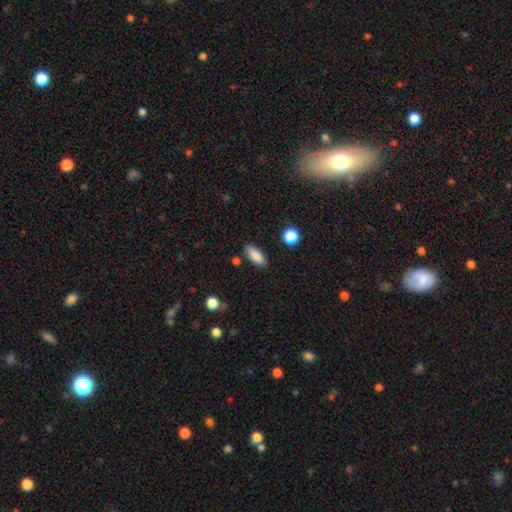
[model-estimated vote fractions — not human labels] This is clearly a smooth galaxy (87%). How rounded: likely in between (78%). Merging: clearly none (85%).